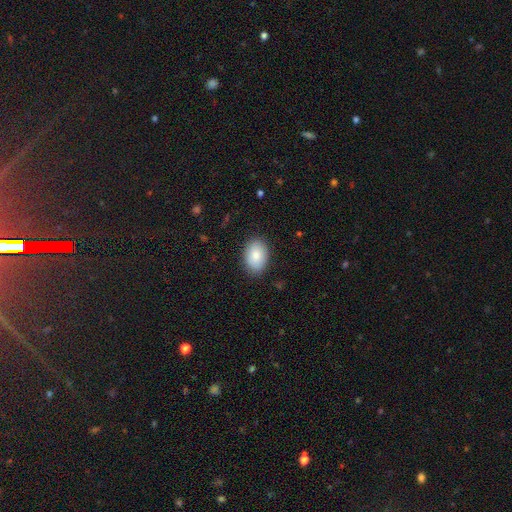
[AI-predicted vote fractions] A smooth galaxy with no disk features (84%) that is in between round and cigar-shaped (85%). Merging: none (85%).